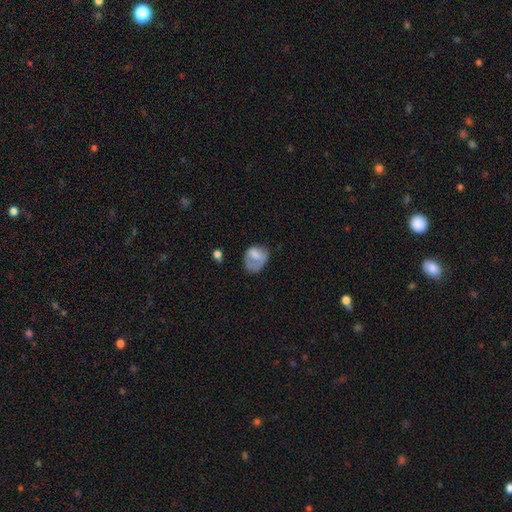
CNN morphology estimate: Smooth or featured? Predicted: smooth (p=0.63). How rounded? Predicted: in between (p=0.57). Merging? Predicted: none (p=0.37).